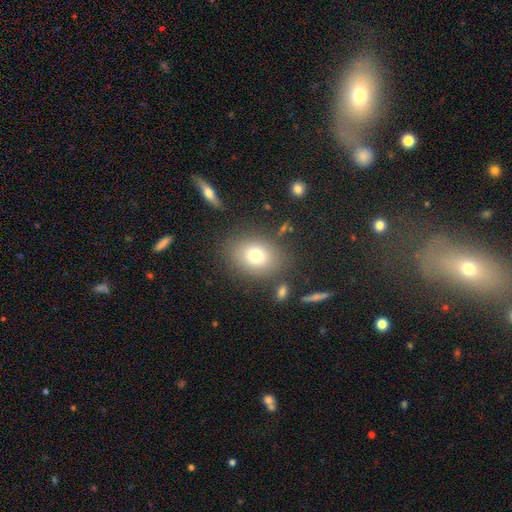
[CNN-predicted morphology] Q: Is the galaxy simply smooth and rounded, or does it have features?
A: smooth — 75%.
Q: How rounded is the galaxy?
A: in between — 52%.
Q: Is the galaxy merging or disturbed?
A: none — 79%.